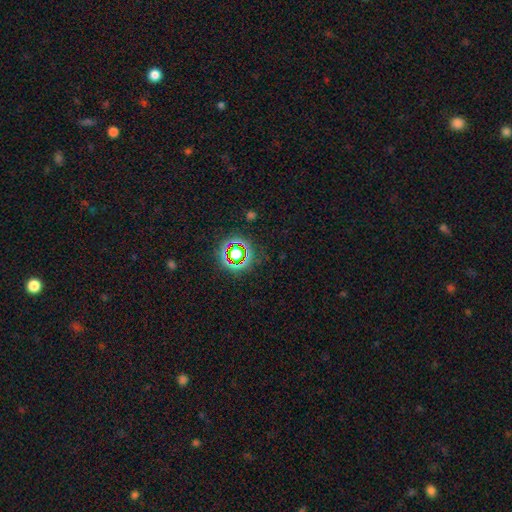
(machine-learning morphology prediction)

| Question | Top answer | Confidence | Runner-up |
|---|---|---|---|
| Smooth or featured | star or artifact | 73% | smooth (18%) |